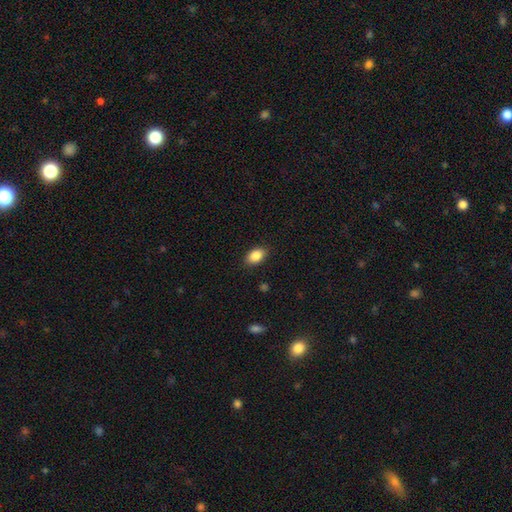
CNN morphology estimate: The model was most divided on "how rounded": in between: 86%, round: 12%, cigar-shaped: 2%. More confident: smooth or featured — smooth (87%); merging — none (86%).